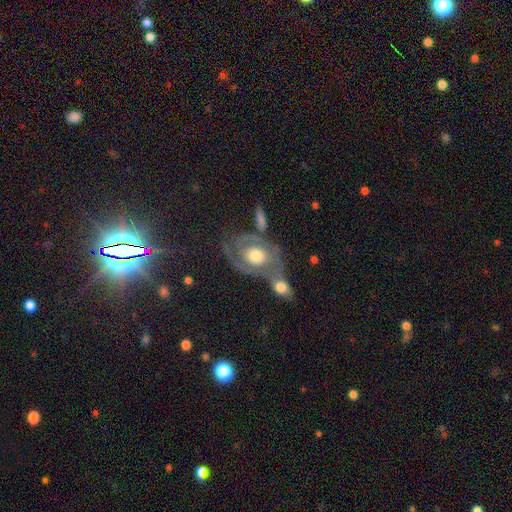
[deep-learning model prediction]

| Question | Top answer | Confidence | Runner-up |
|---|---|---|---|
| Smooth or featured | featured or disk | 74% | smooth (20%) |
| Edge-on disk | no | 95% | yes (5%) |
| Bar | no | 82% | weak (14%) |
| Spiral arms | yes | 77% | no (23%) |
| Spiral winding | tight | 55% | medium (32%) |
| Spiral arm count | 2 | 54% | can't tell (21%) |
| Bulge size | moderate | 50% | large (38%) |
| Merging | merger | 39% | none (33%) |